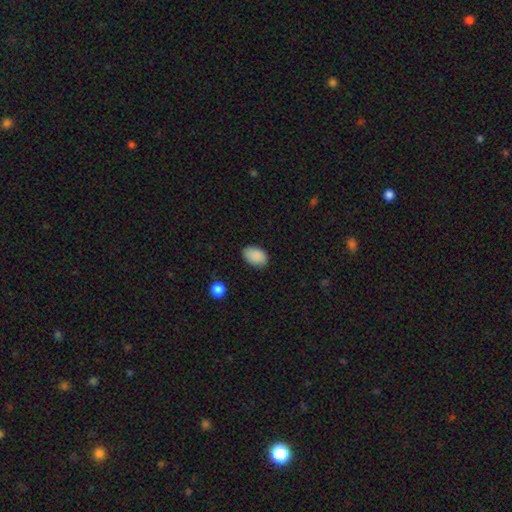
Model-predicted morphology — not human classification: smooth_or_featured: smooth (p=0.89) [alt: star or artifact p=0.07]
how_rounded: in between (p=0.88) [alt: round p=0.11]
merging: none (p=0.82) [alt: minor disturbance p=0.14]